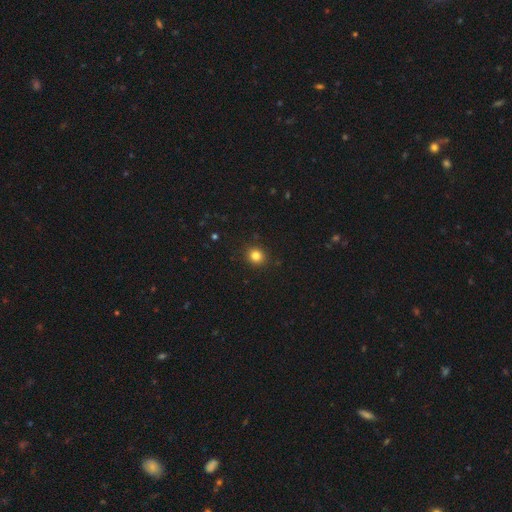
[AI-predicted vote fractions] A smooth galaxy with no disk features (82%) that is round (88%).

Vote fractions:
- Smooth or featured? smooth: 82% / star or artifact: 13% / featured or disk: 5%
- How rounded? round: 88% / in between: 12% / cigar-shaped: 1%
- Merging? none: 92% / minor disturbance: 6% / major disturbance: 2% / merger: 1%